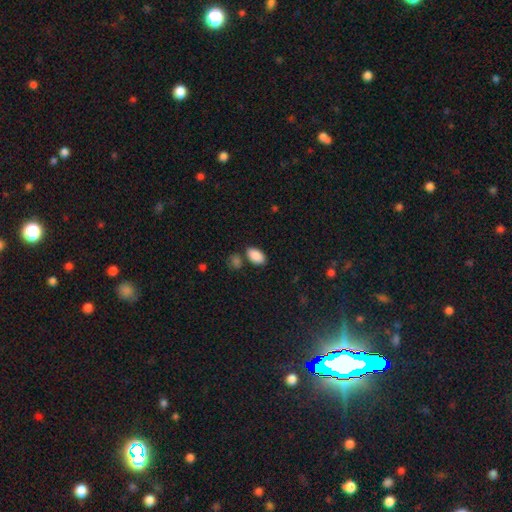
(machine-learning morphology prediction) A smooth galaxy with no disk features (88%) that is in between round and cigar-shaped (94%). Merging: none (76%).